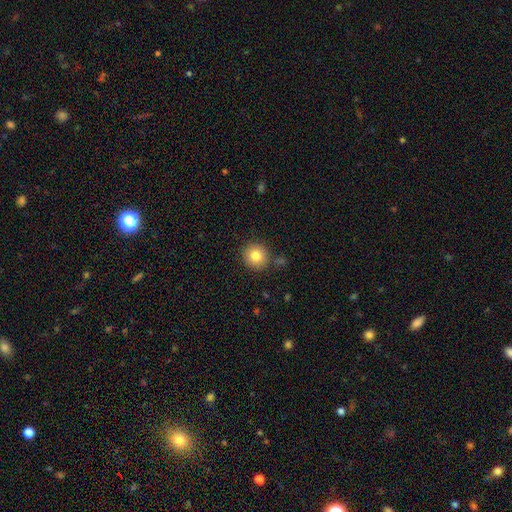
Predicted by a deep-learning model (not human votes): This appears to be a smooth galaxy with no disk features (82%) that is round (92%). Merging: none (84%).